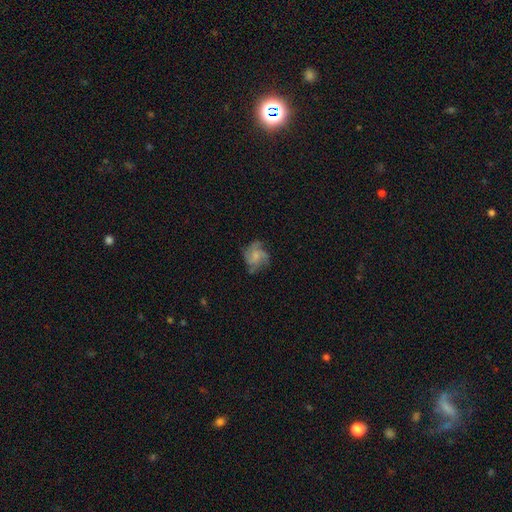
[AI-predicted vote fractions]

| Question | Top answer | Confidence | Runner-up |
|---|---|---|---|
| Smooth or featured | featured or disk | 60% | smooth (30%) |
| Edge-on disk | no | 98% | yes (2%) |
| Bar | no | 71% | weak (25%) |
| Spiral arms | yes | 85% | no (15%) |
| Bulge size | small | 42% | moderate (31%) |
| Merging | none | 62% | minor disturbance (21%) |